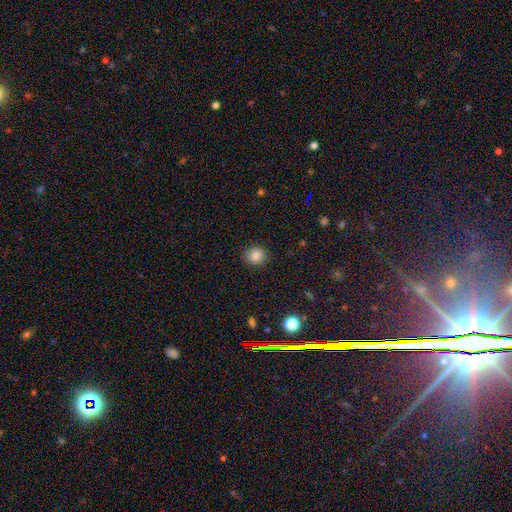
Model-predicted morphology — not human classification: Q: Smooth or featured?
A: smooth (86%); runner-up: star or artifact (10%)
Q: How rounded?
A: round (86%); runner-up: in between (13%)
Q: Merging?
A: none (91%); runner-up: minor disturbance (6%)